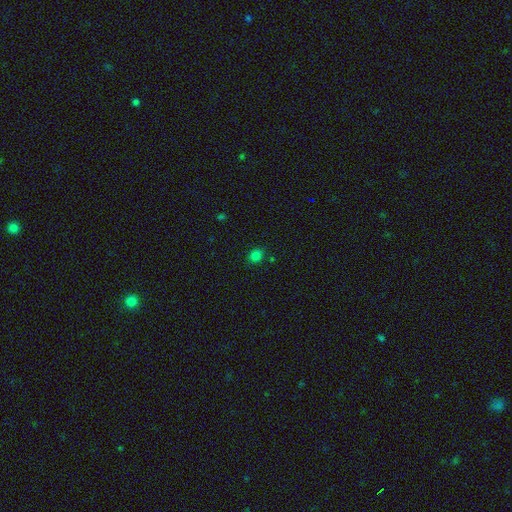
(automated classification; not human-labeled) This is likely a smooth galaxy (78%). How rounded: likely round (73%). Merging: clearly none (83%).